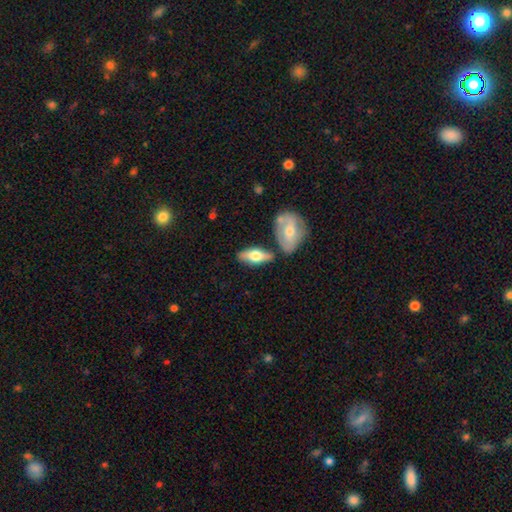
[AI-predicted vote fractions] The model was most divided on "smooth or featured": smooth: 52%, featured or disk: 43%, star or artifact: 5%. More confident: merging — none (69%); how rounded — in between (68%).